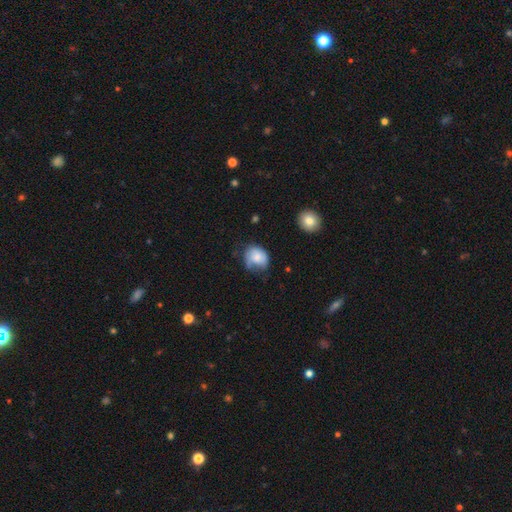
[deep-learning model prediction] Overall: smooth (65%; featured or disk 26%). How rounded: in between (50%; round 49%). Merging: none (41%; minor disturbance 36%).